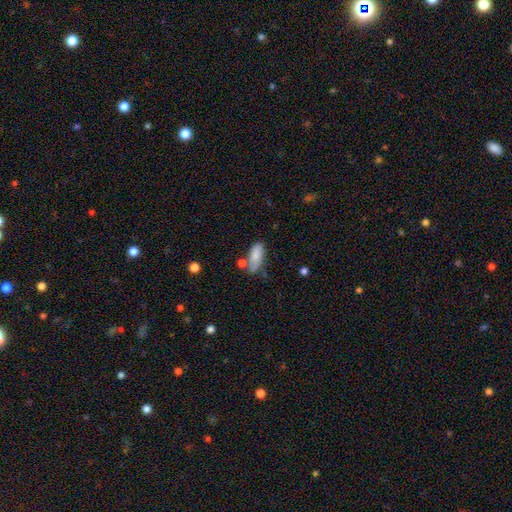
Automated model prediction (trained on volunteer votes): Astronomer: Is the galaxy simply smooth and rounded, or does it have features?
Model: smooth — 83%.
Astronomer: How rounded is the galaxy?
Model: in between — 79%.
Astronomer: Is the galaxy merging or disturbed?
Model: none — 58%.